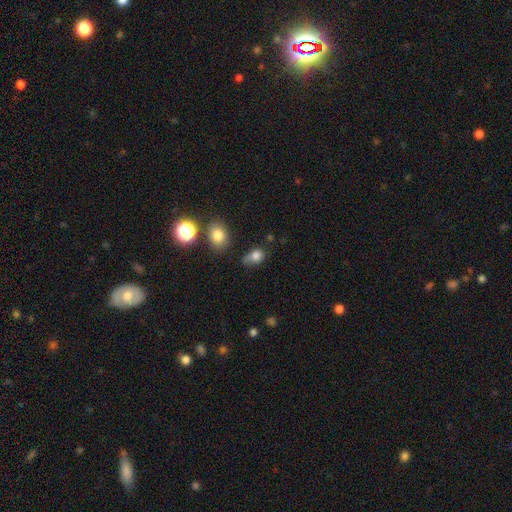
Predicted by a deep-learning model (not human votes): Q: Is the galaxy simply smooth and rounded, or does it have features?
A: smooth — 79%.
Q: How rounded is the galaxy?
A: in between — 66%.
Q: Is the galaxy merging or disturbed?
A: none — 42%.